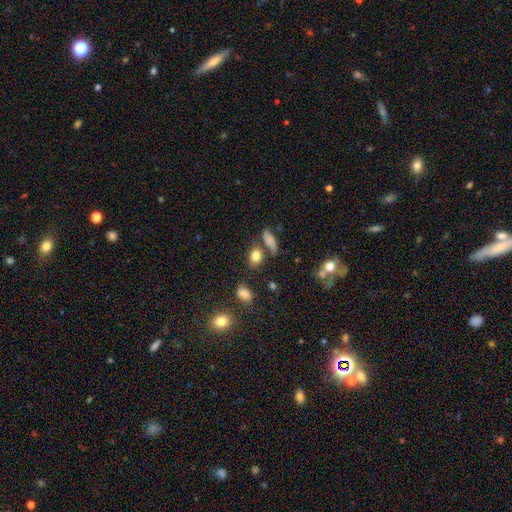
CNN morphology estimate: Q: Smooth or featured?
A: smooth (80%); runner-up: star or artifact (11%)
Q: How rounded?
A: in between (66%); runner-up: round (30%)
Q: Merging?
A: none (68%); runner-up: minor disturbance (14%)